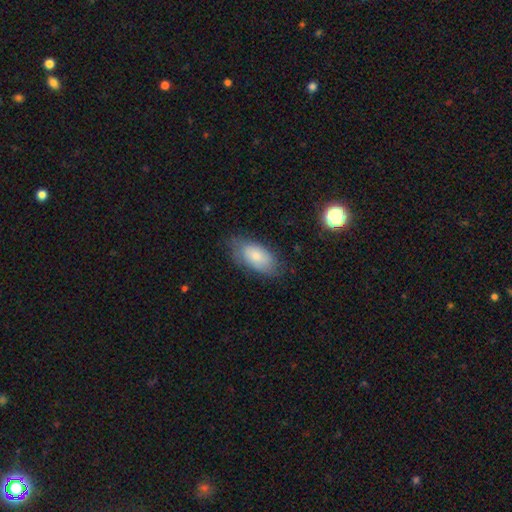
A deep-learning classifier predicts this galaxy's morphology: type=smooth (70%); roundness=in between (91%); merging=none (71%).